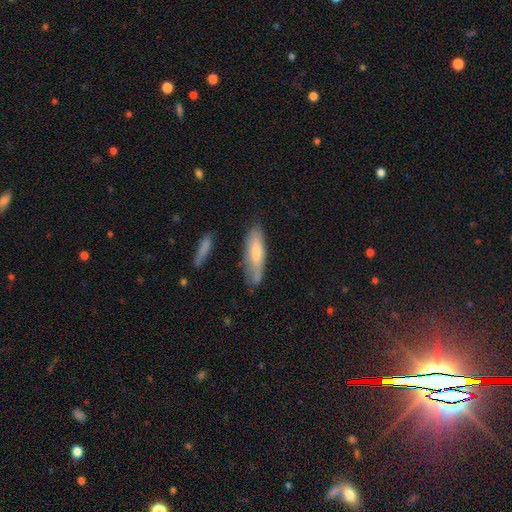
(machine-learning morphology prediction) This is likely a smooth galaxy (68%). How rounded: possibly cigar-shaped (56%). Merging: likely none (65%).